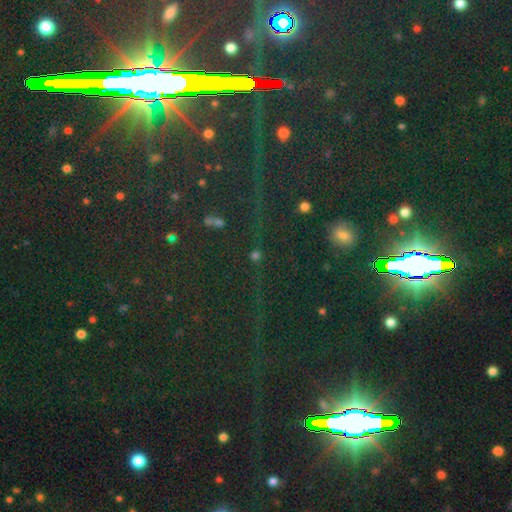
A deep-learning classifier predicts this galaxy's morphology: This is possibly a star or artifact rather than a galaxy (59%).